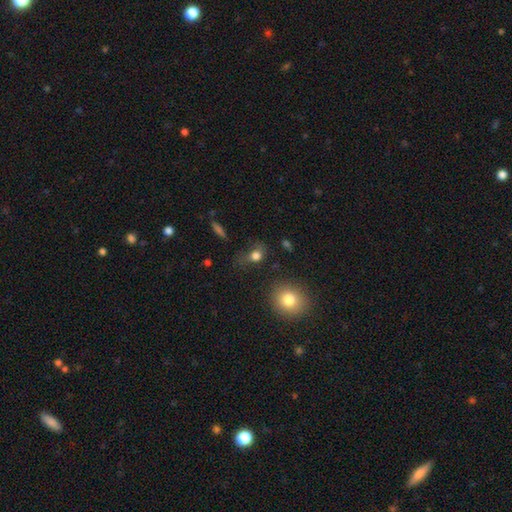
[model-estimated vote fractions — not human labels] A smooth galaxy with no disk features (75%) that is in between round and cigar-shaped (53%). Merging: none (47%).